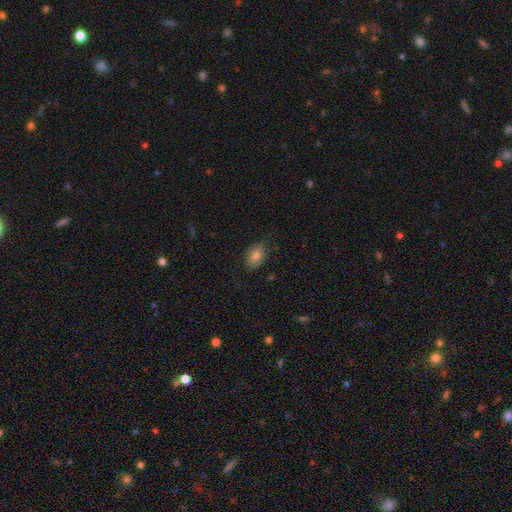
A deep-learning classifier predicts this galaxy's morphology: smooth-or-featured: smooth: 78% | featured or disk: 11% | star or artifact: 11%
  how-rounded: in between: 83% | round: 15% | cigar-shaped: 2%
  merging: none: 73% | minor disturbance: 21% | major disturbance: 5% | merger: 1%